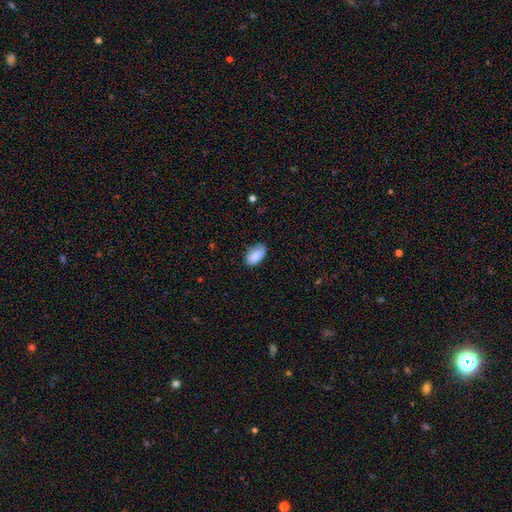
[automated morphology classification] A smooth galaxy with no disk features (89%) that is in between round and cigar-shaped (95%).

Vote fractions:
- Smooth or featured? smooth: 89% / star or artifact: 7% / featured or disk: 5%
- How rounded? in between: 95% / round: 4% / cigar-shaped: 2%
- Merging? none: 78% / minor disturbance: 18% / major disturbance: 3% / merger: 1%